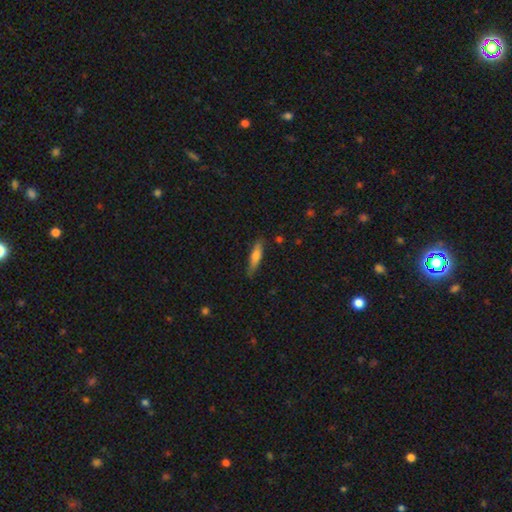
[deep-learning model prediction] Overall: smooth (65%; featured or disk 29%). How rounded: cigar-shaped (76%). Merging: none (81%).